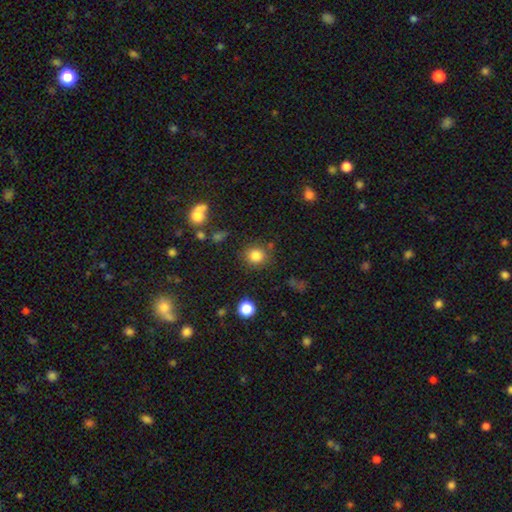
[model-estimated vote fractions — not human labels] The model was most divided on "smooth or featured": smooth: 83%, star or artifact: 12%, featured or disk: 6%. More confident: how rounded — round (86%); merging — none (82%).